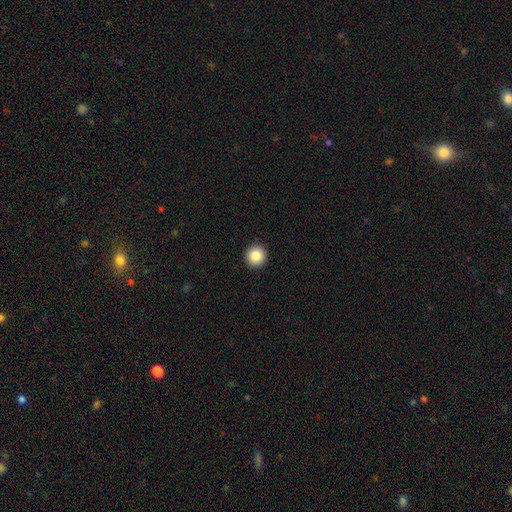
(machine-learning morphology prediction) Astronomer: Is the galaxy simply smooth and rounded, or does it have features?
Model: smooth — 87%.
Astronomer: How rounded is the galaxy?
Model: round — 95%.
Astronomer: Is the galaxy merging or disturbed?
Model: none — 93%.